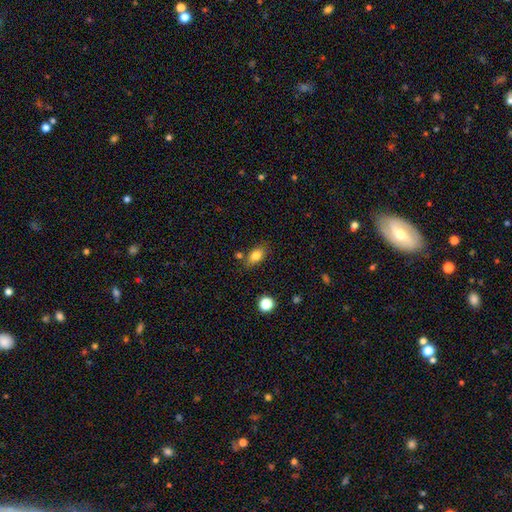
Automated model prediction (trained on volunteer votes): Q: Smooth or featured?
A: smooth (82%); runner-up: star or artifact (9%)
Q: How rounded?
A: in between (82%); runner-up: round (15%)
Q: Merging?
A: none (72%); runner-up: minor disturbance (15%)